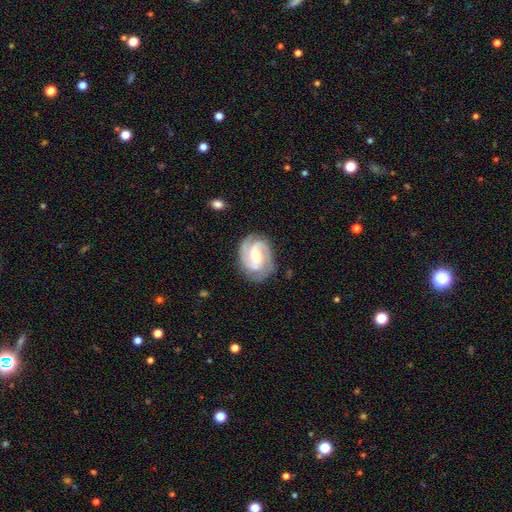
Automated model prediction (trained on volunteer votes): A featured or disk galaxy (88%) with a weak bar (45%), 2 (44%) tight (46%) spiral arms (97%) and a moderate central bulge (50%).

Vote fractions:
- Smooth or featured? featured or disk: 88% / smooth: 8% / star or artifact: 4%
- Edge-on disk? no: 98% / yes: 2%
- Bar? weak: 45% / no: 35% / strong: 20%
- Spiral arms? yes: 97% / no: 3%
- Spiral winding? tight: 46% / medium: 44% / loose: 10%
- Spiral arm count? 2: 44% / 3: 38% / can't tell: 8% / 4: 4% / 1: 3% / more than 4: 3%
- Bulge size? moderate: 50% / small: 45% / large: 3% / none: 1% / dominant: 1%
- Merging? none: 79% / minor disturbance: 15% / major disturbance: 5% / merger: 1%